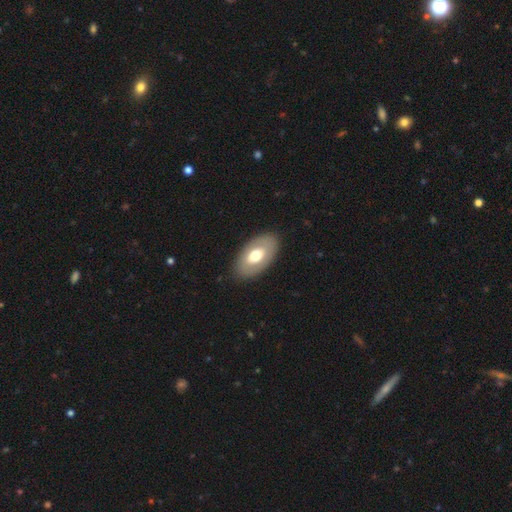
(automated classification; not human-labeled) Smooth or featured? Predicted: smooth (p=0.56). How rounded? Predicted: in between (p=0.93). Merging? Predicted: none (p=0.86).